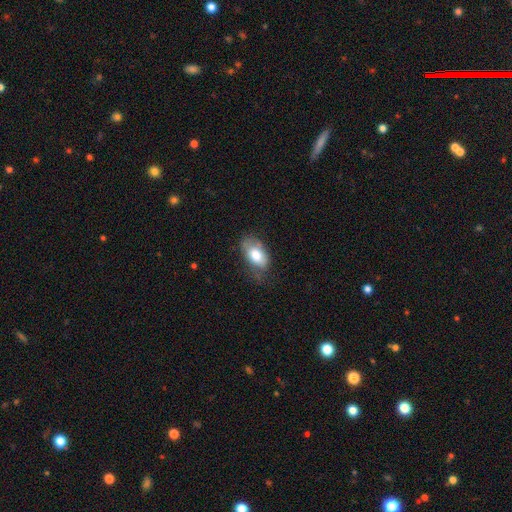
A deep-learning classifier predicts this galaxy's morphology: Overall: smooth (75%). How rounded: in between (93%). Merging: none (52%; minor disturbance 32%).